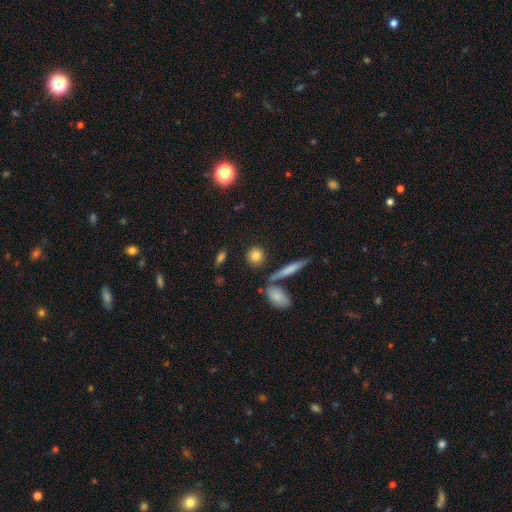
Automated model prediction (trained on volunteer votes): This is clearly a smooth galaxy (81%). How rounded: likely round (70%). Merging: likely none (79%).